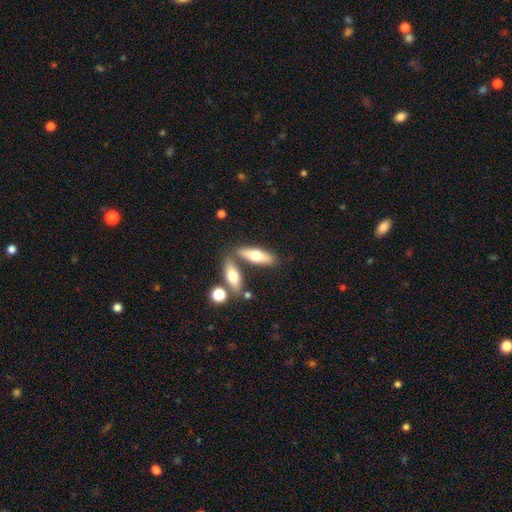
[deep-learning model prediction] This is likely a smooth galaxy (61%). How rounded: possibly in between (53%). Merging: likely none (63%).